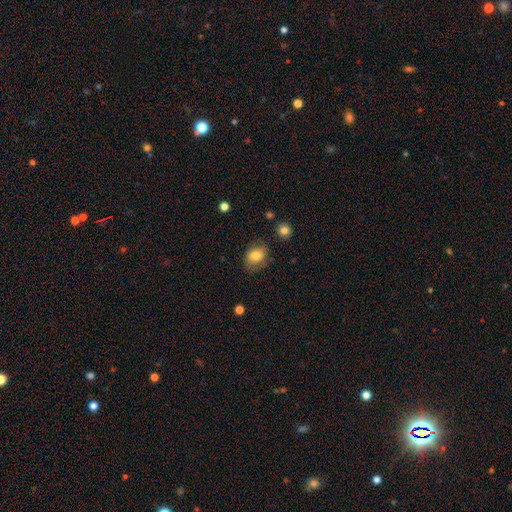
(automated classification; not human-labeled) Smooth or featured?
  - smooth: 76% *
  - featured or disk: 15%
  - star or artifact: 9%
How rounded?
  - in between: 63% *
  - round: 36%
  - cigar-shaped: 1%
Merging?
  - none: 72% *
  - minor disturbance: 20%
  - major disturbance: 6%
  - merger: 2%